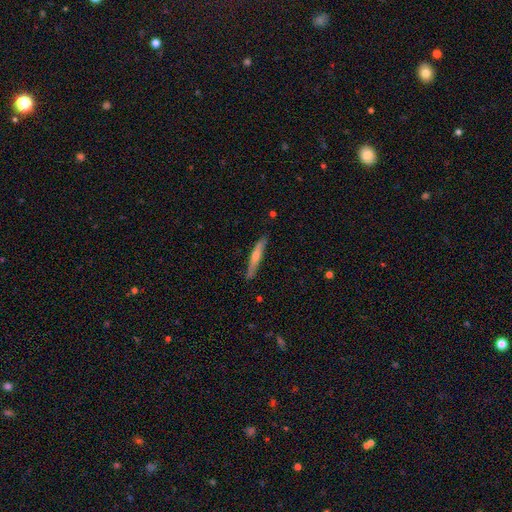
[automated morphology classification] This appears to be a featured or disk galaxy (56%) viewed edge-on (94%) with a rounded central bulge (80%). Merging: none (86%).